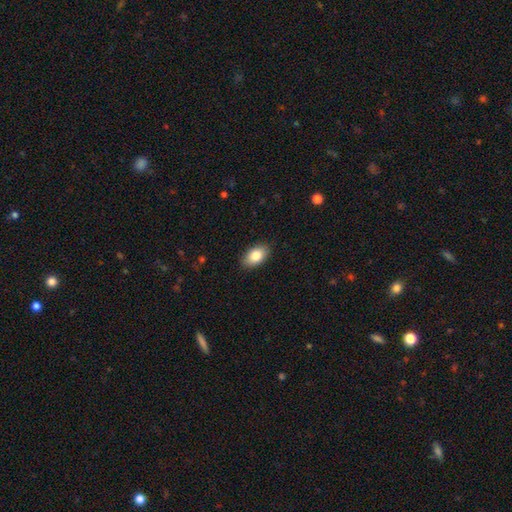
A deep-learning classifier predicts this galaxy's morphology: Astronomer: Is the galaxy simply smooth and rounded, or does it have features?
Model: smooth — 83%.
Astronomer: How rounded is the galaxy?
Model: in between — 92%.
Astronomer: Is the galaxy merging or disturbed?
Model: none — 88%.